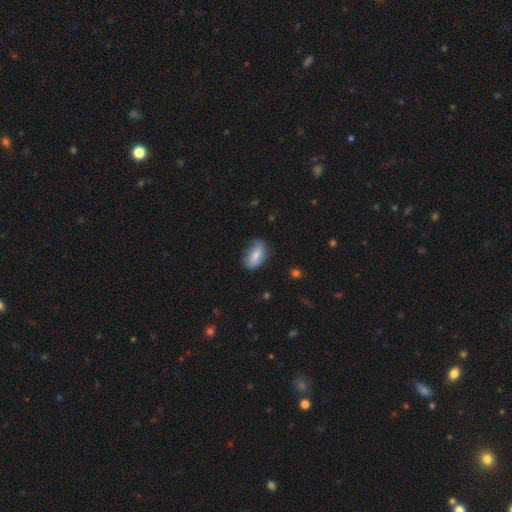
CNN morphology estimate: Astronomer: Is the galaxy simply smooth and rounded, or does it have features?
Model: smooth — 75%.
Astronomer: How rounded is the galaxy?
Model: in between — 88%.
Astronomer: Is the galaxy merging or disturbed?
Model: none — 71%.